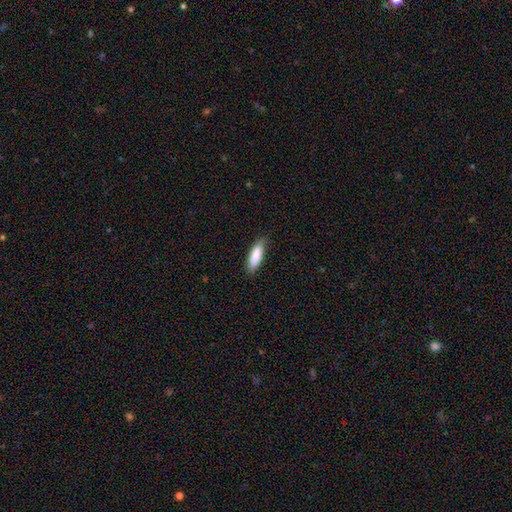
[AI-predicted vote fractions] Morphology: type=smooth (85%); roundness=cigar-shaped (51%); merging=none (84%).